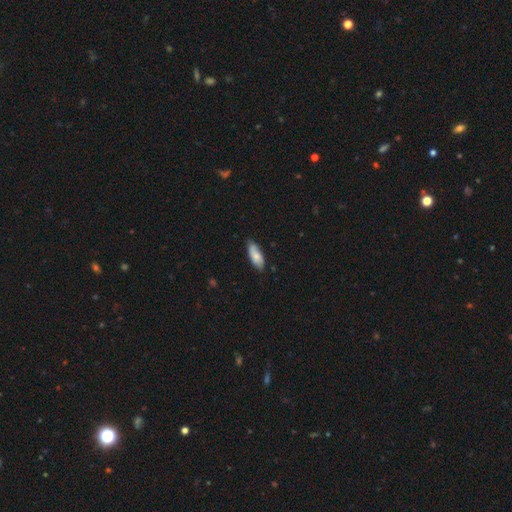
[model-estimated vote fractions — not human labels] The model was most divided on "how rounded": in between: 76%, cigar-shaped: 22%, round: 2%. More confident: merging — none (80%); smooth or featured — smooth (75%).